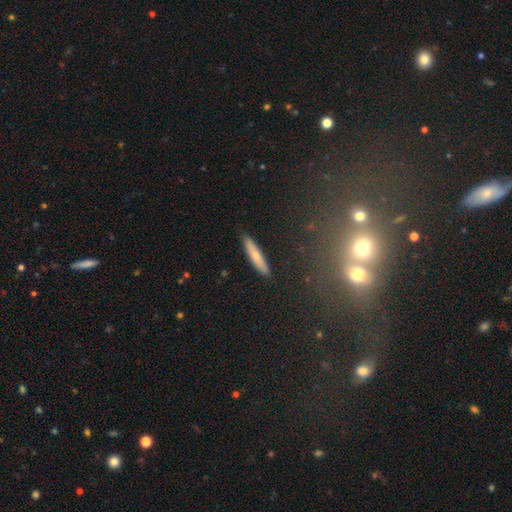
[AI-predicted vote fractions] smooth-or-featured: smooth: 66% | featured or disk: 28% | star or artifact: 7%
  how-rounded: cigar-shaped: 89% | in between: 10% | round: 2%
  merging: none: 89% | minor disturbance: 8% | major disturbance: 2% | merger: 1%